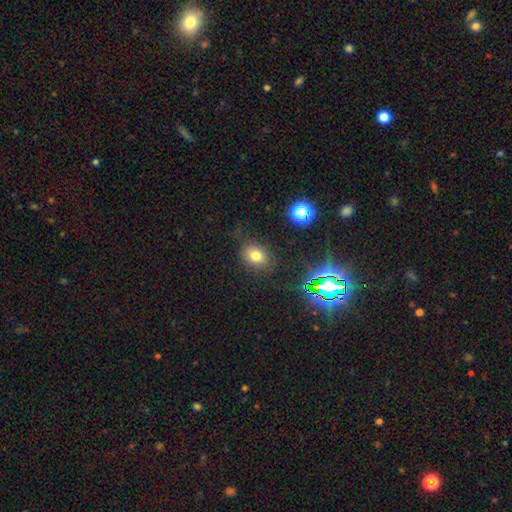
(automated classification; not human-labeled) The model was most divided on "how rounded": in between: 56%, round: 43%, cigar-shaped: 1%. More confident: merging — none (78%); smooth or featured — smooth (74%).